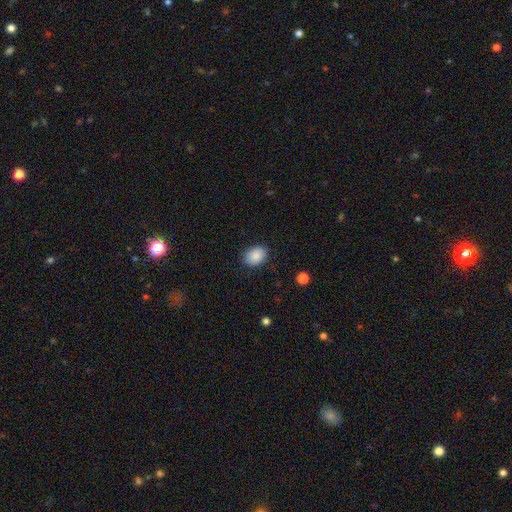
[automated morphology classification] This is clearly a smooth galaxy (88%). How rounded: likely in between (69%). Merging: clearly none (85%).